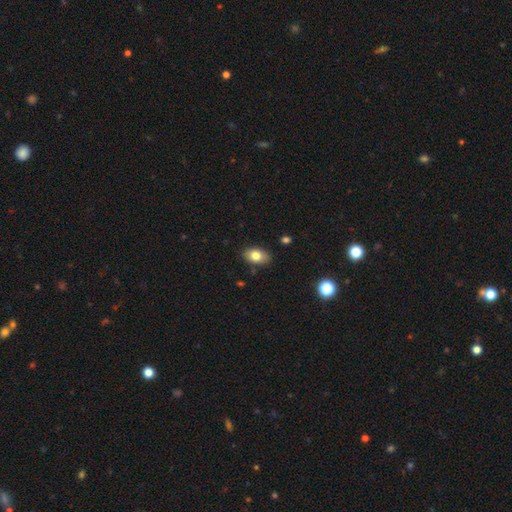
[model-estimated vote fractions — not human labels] smooth-or-featured: smooth: 78% | featured or disk: 14% | star or artifact: 8%
  how-rounded: in between: 89% | round: 10% | cigar-shaped: 2%
  merging: none: 84% | minor disturbance: 12% | major disturbance: 2% | merger: 2%